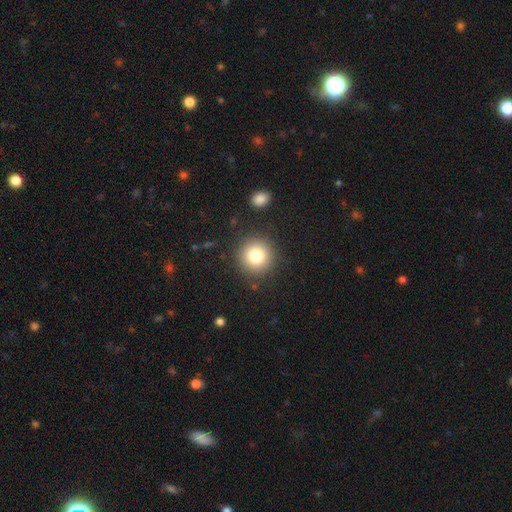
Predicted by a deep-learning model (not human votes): Smooth or featured? Predicted: smooth (p=0.80). How rounded? Predicted: round (p=0.94). Merging? Predicted: none (p=0.88).